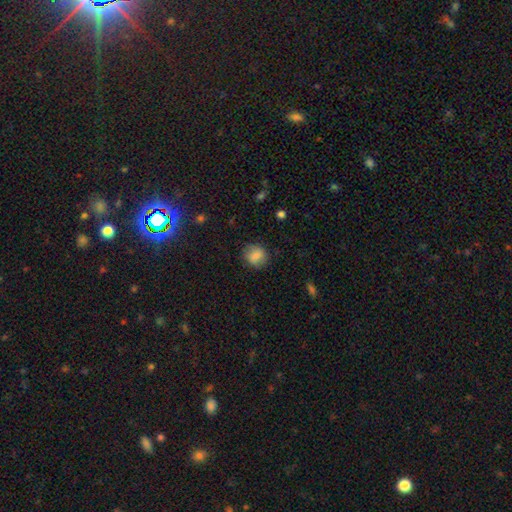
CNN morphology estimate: Smooth or featured? Predicted: smooth (p=0.80). How rounded? Predicted: round (p=0.77). Merging? Predicted: none (p=0.82).